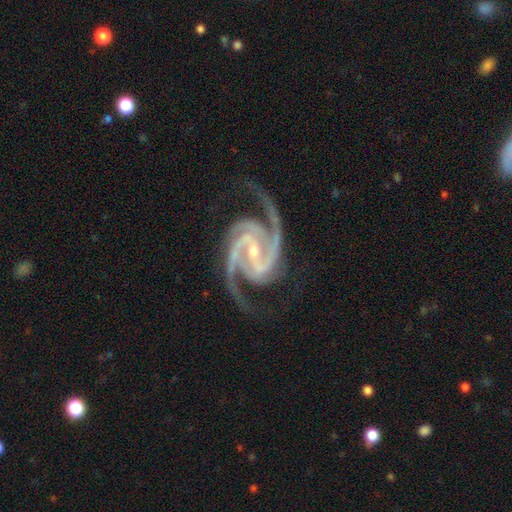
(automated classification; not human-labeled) Morphology: type=featured or disk (94%); edge-on=no (98%); bar=strong (52%); spiral arms=yes (99%); winding=medium (62%); arm count=2 (73%); bulge=small (74%); merging=none (76%).